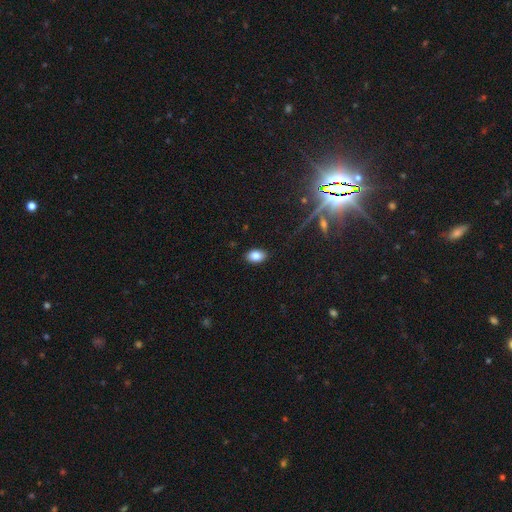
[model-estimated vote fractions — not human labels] smooth-or-featured: smooth: 83% | star or artifact: 10% | featured or disk: 7%
  how-rounded: in between: 87% | round: 12% | cigar-shaped: 1%
  merging: none: 88% | minor disturbance: 9% | major disturbance: 2% | merger: 1%